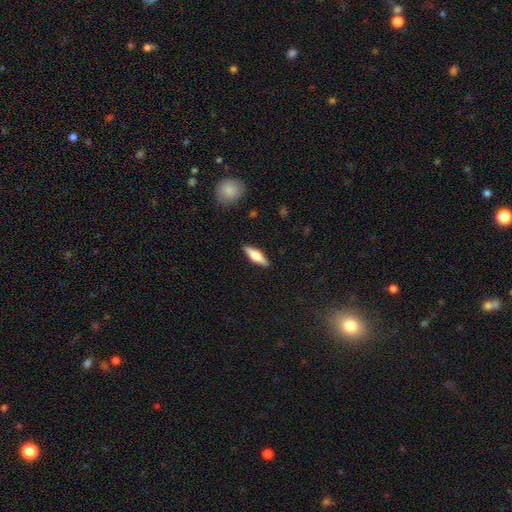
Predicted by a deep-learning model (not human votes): Smooth or featured? Predicted: smooth (p=0.53). How rounded? Predicted: cigar-shaped (p=0.59). Merging? Predicted: none (p=0.89).